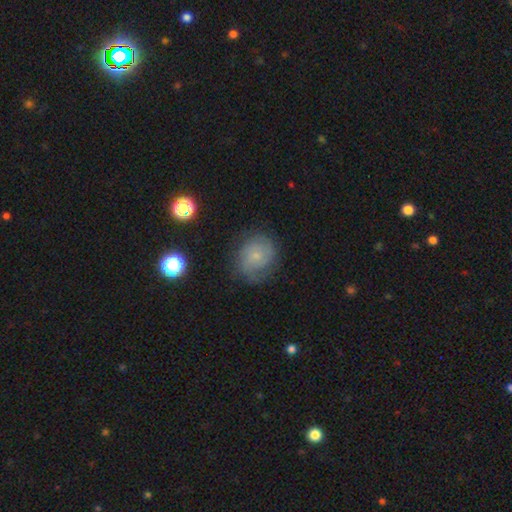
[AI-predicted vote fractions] Q: Smooth or featured?
A: featured or disk (45%); runner-up: smooth (44%)
Q: Merging?
A: none (67%); runner-up: minor disturbance (22%)